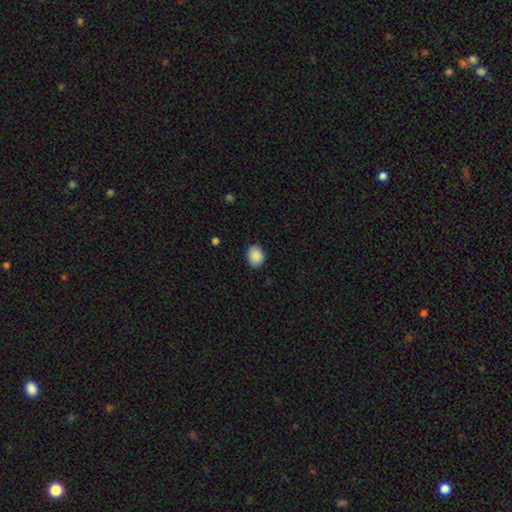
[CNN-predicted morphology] smooth-or-featured: smooth: 89% | star or artifact: 8% | featured or disk: 3%
  how-rounded: round: 50% | in between: 49% | cigar-shaped: 1%
  merging: none: 85% | minor disturbance: 11% | major disturbance: 2% | merger: 1%